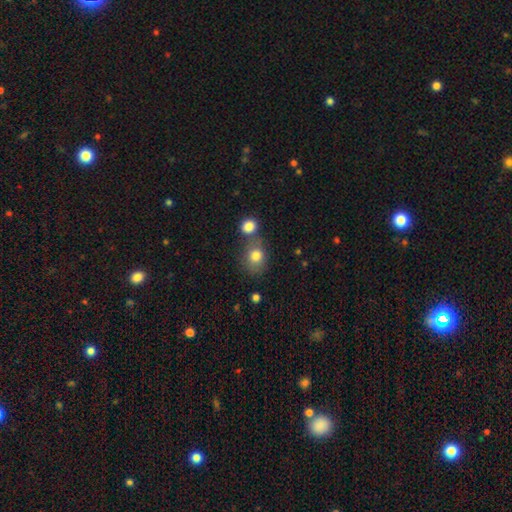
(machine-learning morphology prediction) The model was most divided on "how rounded": round: 61%, in between: 38%, cigar-shaped: 1%. More confident: smooth or featured — smooth (80%); merging — none (54%).